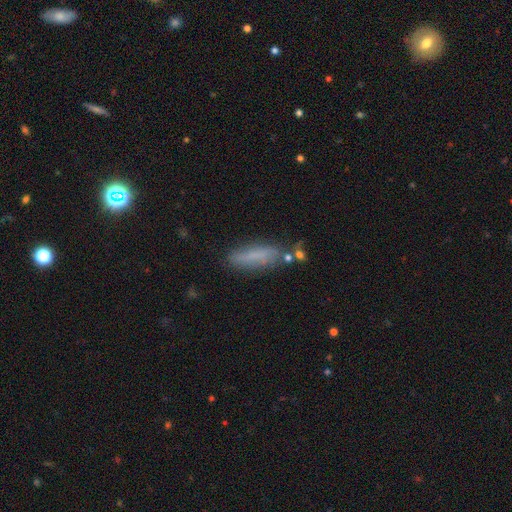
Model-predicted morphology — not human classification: smooth-or-featured: smooth: 71% | featured or disk: 20% | star or artifact: 9%
  how-rounded: cigar-shaped: 66% | in between: 32% | round: 2%
  merging: none: 71% | minor disturbance: 18% | merger: 5% | major disturbance: 5%